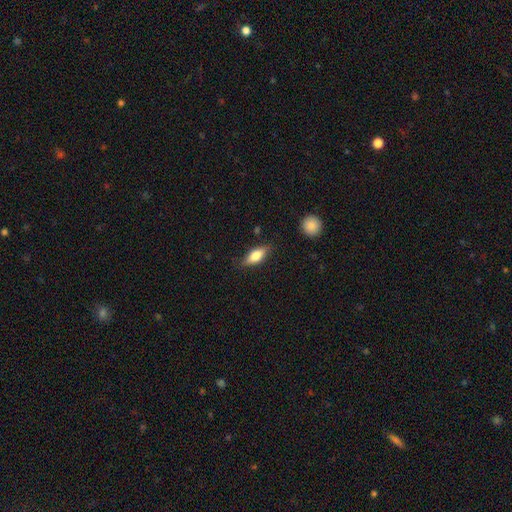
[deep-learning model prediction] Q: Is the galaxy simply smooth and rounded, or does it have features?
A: smooth — 70%.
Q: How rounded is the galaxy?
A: in between — 73%.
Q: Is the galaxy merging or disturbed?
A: none — 80%.